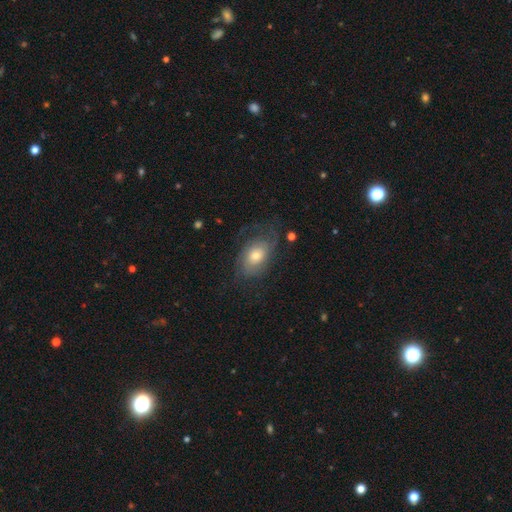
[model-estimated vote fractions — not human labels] smooth_or_featured: featured or disk (p=0.59) [alt: smooth p=0.33]
disk_edge_on: no (p=0.95) [alt: yes p=0.05]
bar: no (p=0.78) [alt: weak p=0.19]
has_spiral_arms: yes (p=0.81) [alt: no p=0.19]
bulge_size: moderate (p=0.57) [alt: small p=0.31]
merging: none (p=0.57) [alt: minor disturbance p=0.21]